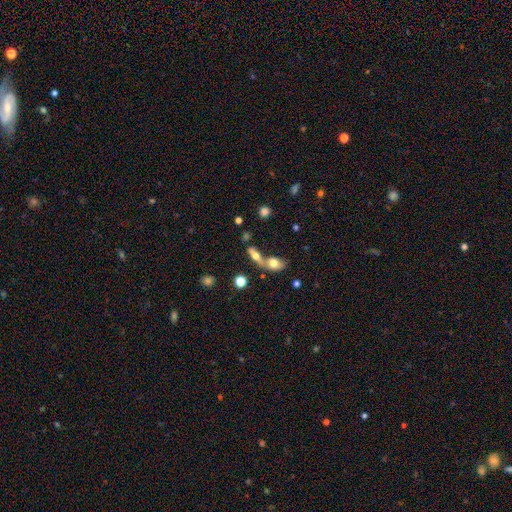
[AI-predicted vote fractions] Smooth or featured? Predicted: smooth (p=0.62). How rounded? Predicted: in between (p=0.60). Merging? Predicted: merger (p=0.60).